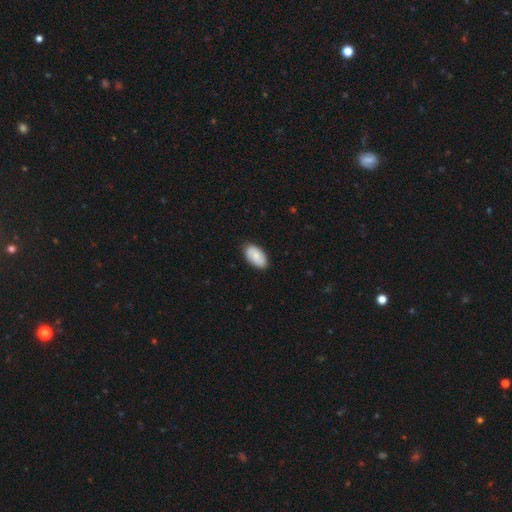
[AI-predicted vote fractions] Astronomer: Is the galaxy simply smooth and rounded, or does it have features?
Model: smooth — 79%.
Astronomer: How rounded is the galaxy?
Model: in between — 95%.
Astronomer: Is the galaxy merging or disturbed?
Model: none — 86%.